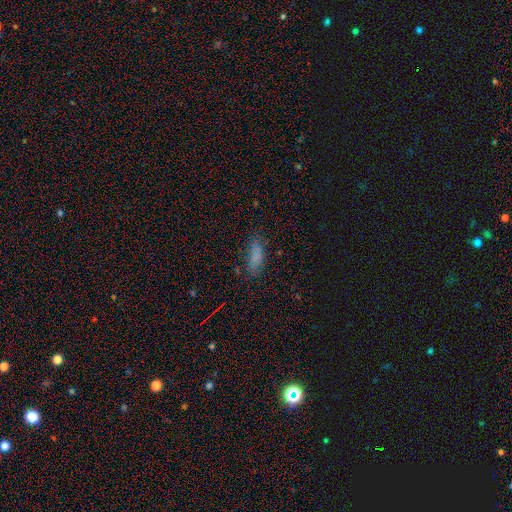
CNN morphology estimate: A smooth galaxy with no disk features (78%) that is in between round and cigar-shaped (65%).

Vote fractions:
- Smooth or featured? smooth: 78% / star or artifact: 12% / featured or disk: 10%
- How rounded? in between: 65% / cigar-shaped: 33% / round: 3%
- Merging? none: 66% / minor disturbance: 23% / major disturbance: 8% / merger: 3%